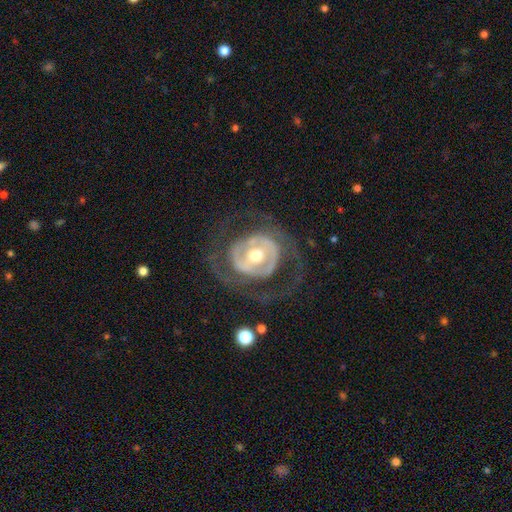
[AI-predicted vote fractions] The model was most divided on "bar": no: 39%, weak: 34%, strong: 27%. More confident: edge-on disk — no (96%); smooth or featured — featured or disk (81%); bulge size — moderate (73%); merging — none (65%); spiral arms — yes (62%).